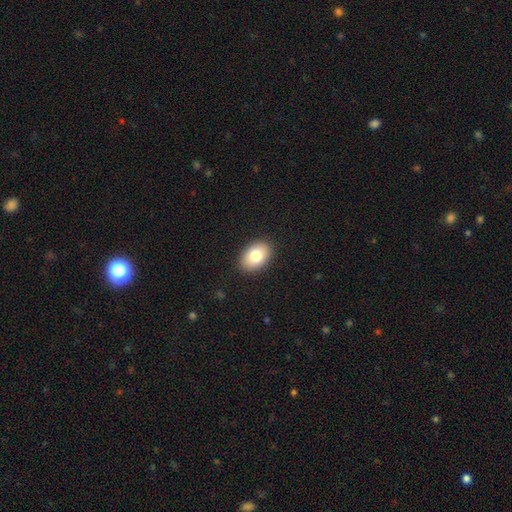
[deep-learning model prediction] smooth 80%, featured or disk 12%, star or artifact 8%. Down the decision tree: how rounded — in between (87%); merging — none (90%).